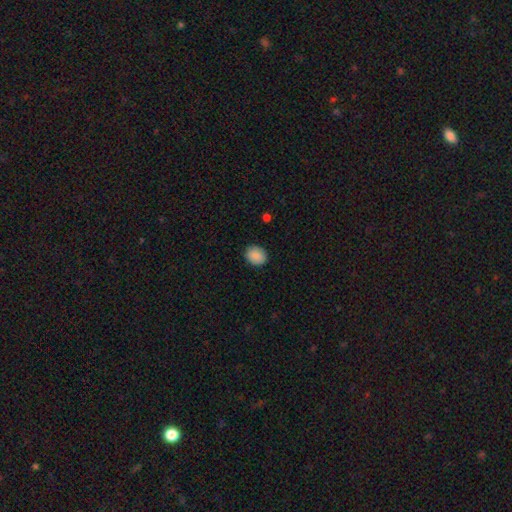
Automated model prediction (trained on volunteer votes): Q: Smooth or featured?
A: smooth (89%); runner-up: star or artifact (8%)
Q: How rounded?
A: round (57%); runner-up: in between (42%)
Q: Merging?
A: none (88%); runner-up: minor disturbance (8%)